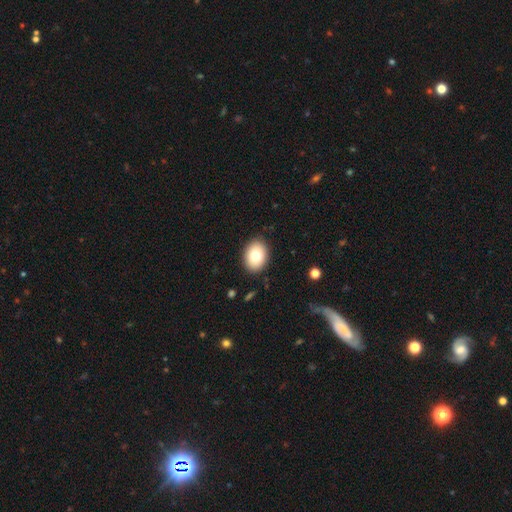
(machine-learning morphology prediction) smooth-or-featured: smooth: 78% | featured or disk: 14% | star or artifact: 8%
  how-rounded: in between: 67% | round: 32% | cigar-shaped: 1%
  merging: none: 89% | minor disturbance: 8% | major disturbance: 2% | merger: 1%